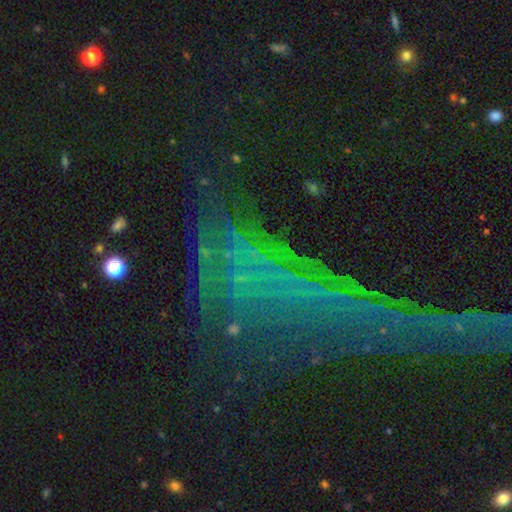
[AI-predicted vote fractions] smooth-or-featured: star or artifact: 66% | featured or disk: 20% | smooth: 14%